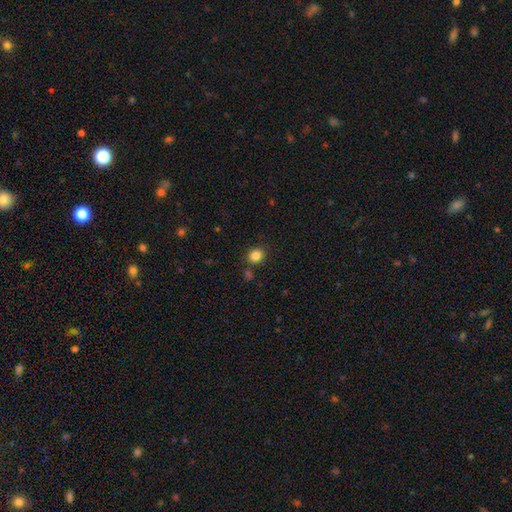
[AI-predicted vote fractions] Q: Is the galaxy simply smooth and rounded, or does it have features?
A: smooth — 84%.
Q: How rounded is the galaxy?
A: round — 73%.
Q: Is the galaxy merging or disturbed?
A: none — 82%.